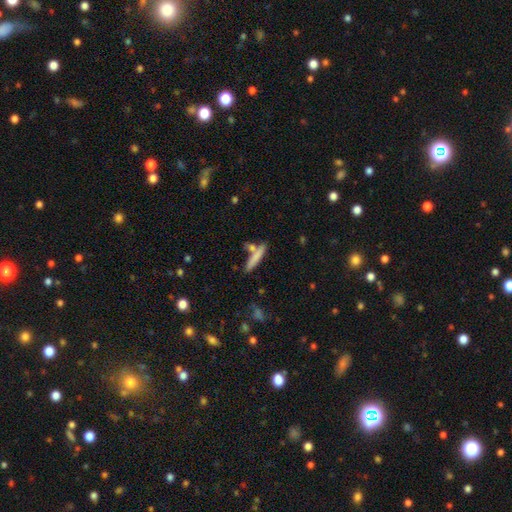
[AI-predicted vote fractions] This appears to be a smooth galaxy with no disk features (74%) that is cigar-shaped (88%). Merging: none (67%).